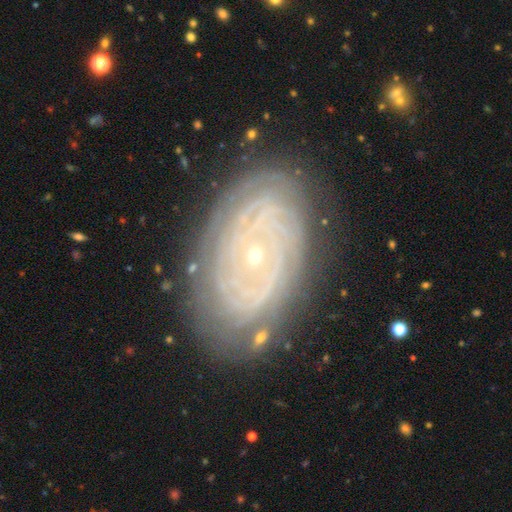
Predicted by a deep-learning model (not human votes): A featured or disk galaxy (83%) with no bar (79%), tight (83%) spiral arms (91%) and a small central bulge (81%).

Vote fractions:
- Smooth or featured? featured or disk: 83% / smooth: 10% / star or artifact: 7%
- Edge-on disk? no: 95% / yes: 5%
- Bar? no: 79% / weak: 15% / strong: 6%
- Spiral arms? yes: 91% / no: 9%
- Spiral winding? tight: 83% / medium: 13% / loose: 4%
- Spiral arm count? can't tell: 38% / 2: 21% / 3: 13% / 4: 11% / more than 4: 11% / 1: 6%
- Bulge size? small: 81% / moderate: 16% / large: 1% / none: 1% / dominant: 1%
- Merging? none: 81% / minor disturbance: 13% / major disturbance: 4% / merger: 1%